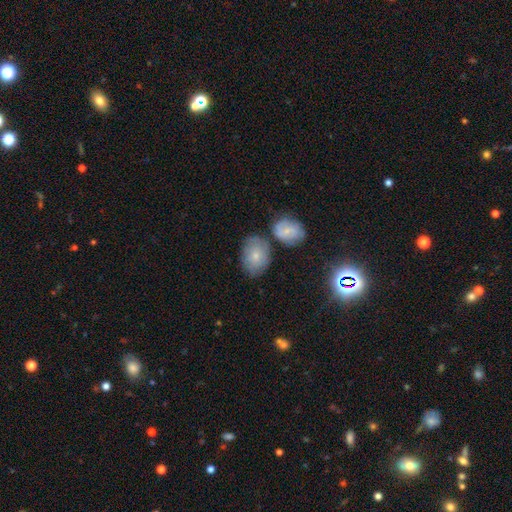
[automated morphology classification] A smooth galaxy with no disk features (69%) that is in between round and cigar-shaped (65%). Merging: none (57%).